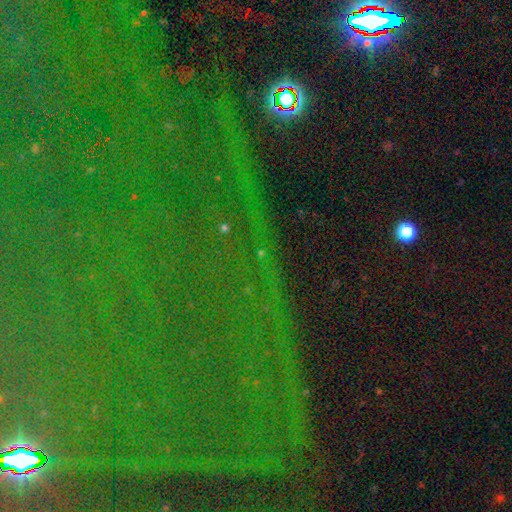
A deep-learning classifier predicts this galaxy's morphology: Smooth or featured?
  - star or artifact: 85% *
  - featured or disk: 7%
  - smooth: 7%